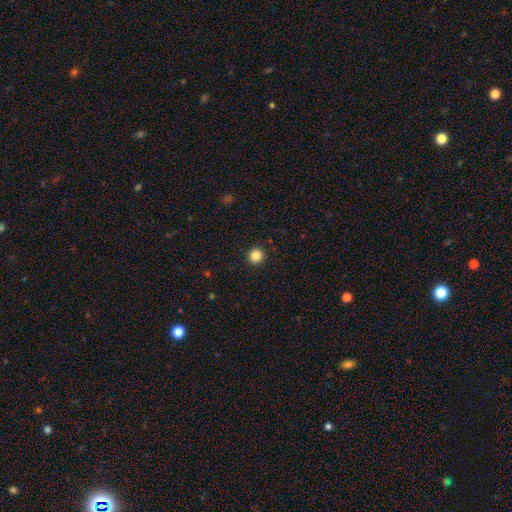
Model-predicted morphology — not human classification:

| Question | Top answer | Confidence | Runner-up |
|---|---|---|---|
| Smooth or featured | smooth | 85% | star or artifact (11%) |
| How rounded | round | 94% | in between (5%) |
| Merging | none | 93% | minor disturbance (4%) |